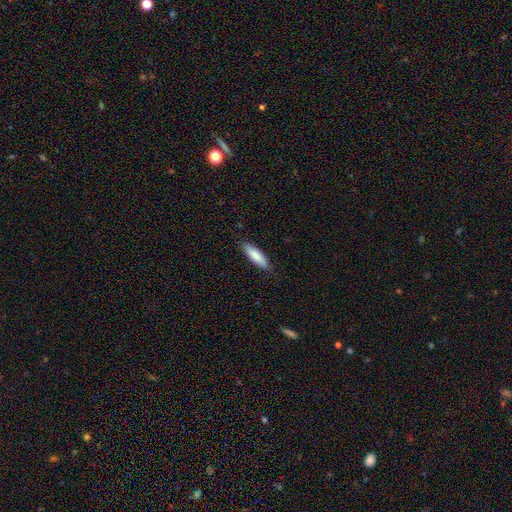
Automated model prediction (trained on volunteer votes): smooth_or_featured: smooth (p=0.82) [alt: featured or disk p=0.12]
how_rounded: cigar-shaped (p=0.60) [alt: in between p=0.39]
merging: none (p=0.85) [alt: minor disturbance p=0.11]